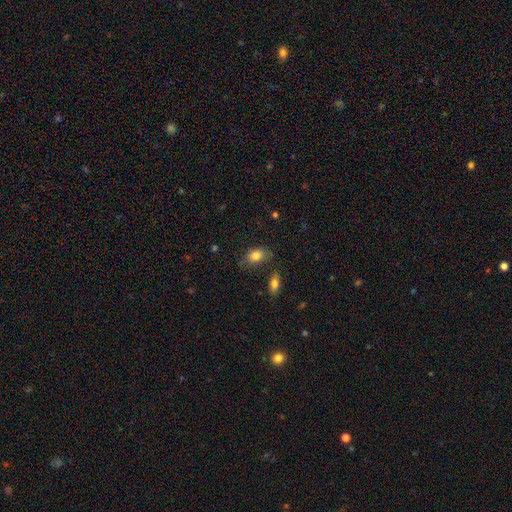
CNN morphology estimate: A smooth galaxy with no disk features (82%) that is in between round and cigar-shaped (82%). Merging: none (63%).